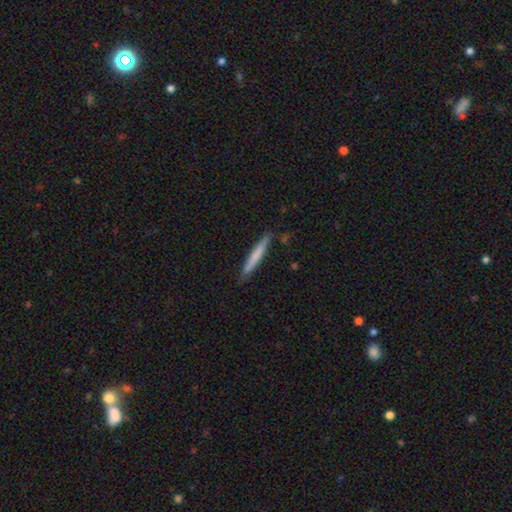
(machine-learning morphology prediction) This is likely a smooth galaxy (66%). How rounded: clearly cigar-shaped (96%). Merging: clearly none (87%).